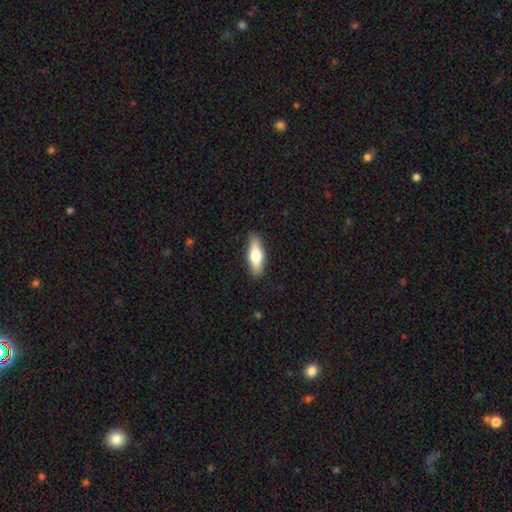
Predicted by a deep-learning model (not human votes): A smooth galaxy with no disk features (64%) that is in between round and cigar-shaped (52%). Merging: none (87%).